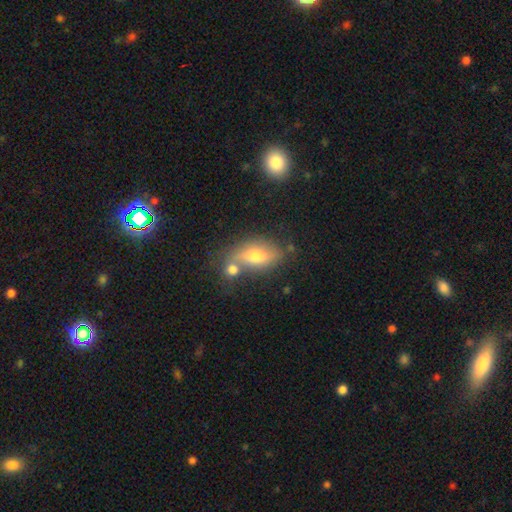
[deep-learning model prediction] A smooth galaxy with no disk features (59%) that is in between round and cigar-shaped (82%). Merging: none (51%).